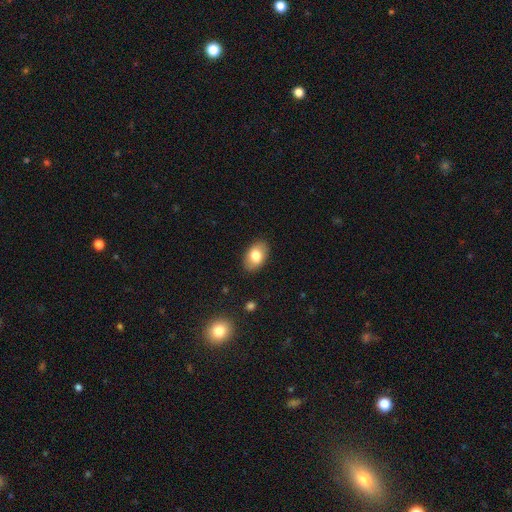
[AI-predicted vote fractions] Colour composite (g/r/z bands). It shows a smooth galaxy with no disk features (79%) that is in between round and cigar-shaped (88%). Merging: none (87%).